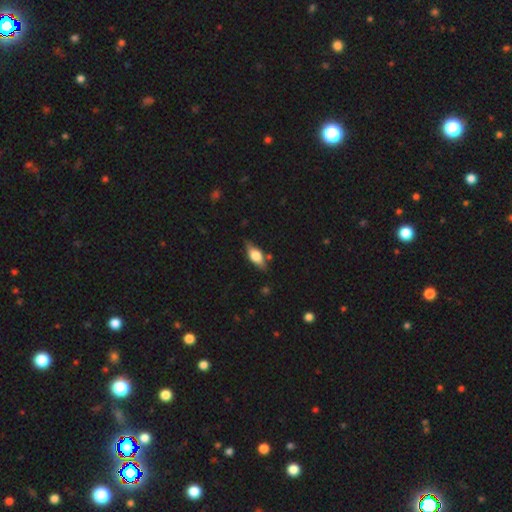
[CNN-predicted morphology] Smooth or featured? Predicted: smooth (p=0.56). How rounded? Predicted: in between (p=0.80). Merging? Predicted: none (p=0.75).